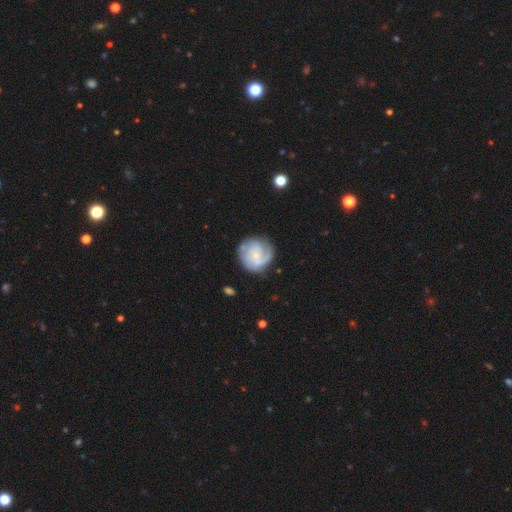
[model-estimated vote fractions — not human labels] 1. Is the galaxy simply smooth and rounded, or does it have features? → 67% featured or disk, 27% smooth, 6% star or artifact.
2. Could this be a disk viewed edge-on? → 98% no, 2% yes.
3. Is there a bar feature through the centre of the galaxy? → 65% no, 30% weak, 5% strong.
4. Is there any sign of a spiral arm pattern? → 88% yes, 12% no.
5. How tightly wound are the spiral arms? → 45% tight, 37% medium, 17% loose.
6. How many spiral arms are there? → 34% 2, 30% can't tell, 16% 3, 11% 1, 4% 4, 4% more than 4.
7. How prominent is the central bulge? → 72% small, 17% moderate, 8% none, 2% large, 1% dominant.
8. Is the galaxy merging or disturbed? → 71% none, 18% minor disturbance, 9% major disturbance, 2% merger.